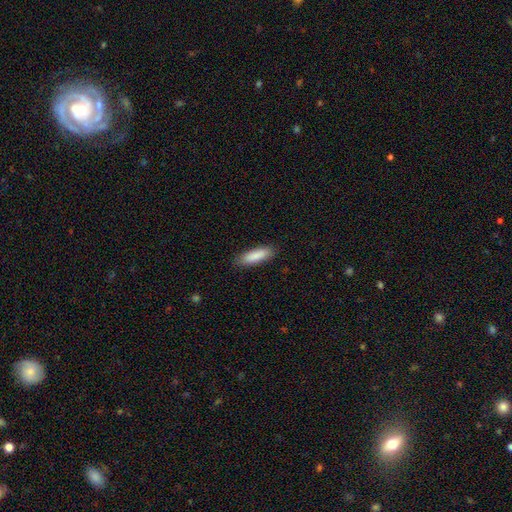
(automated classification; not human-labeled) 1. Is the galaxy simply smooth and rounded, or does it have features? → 88% smooth, 7% featured or disk, 5% star or artifact.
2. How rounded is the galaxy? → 58% cigar-shaped, 41% in between, 1% round.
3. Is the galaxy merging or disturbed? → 87% none, 10% minor disturbance, 2% major disturbance, 1% merger.